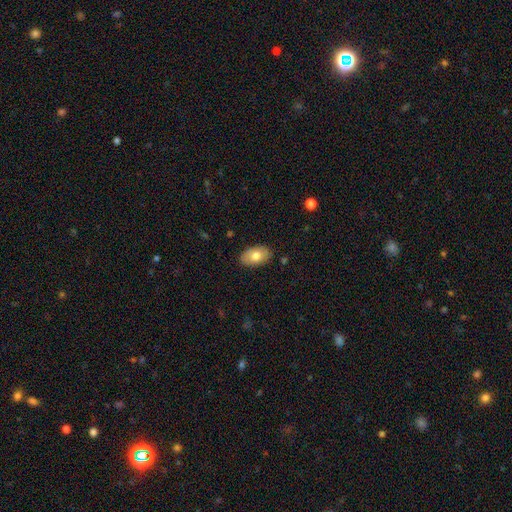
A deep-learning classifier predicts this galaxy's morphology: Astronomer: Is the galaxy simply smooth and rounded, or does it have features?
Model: smooth — 74%.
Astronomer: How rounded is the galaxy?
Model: in between — 92%.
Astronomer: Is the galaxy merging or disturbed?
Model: none — 86%.